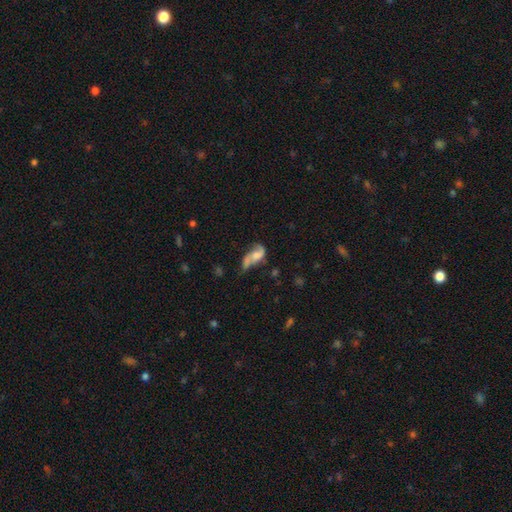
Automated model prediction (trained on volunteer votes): featured or disk 55%, smooth 36%, star or artifact 9%. Down the decision tree: edge-on disk — no (93%); bar — no (66%); spiral arms — yes (74%); bulge size — moderate (29%); merging — major disturbance (31%).